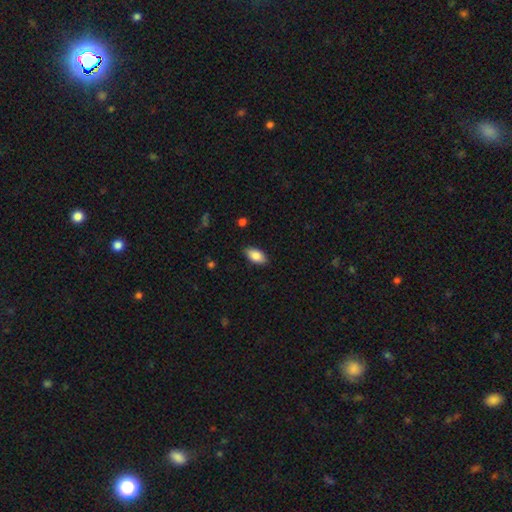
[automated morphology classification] The model was most divided on "merging": none: 86%, minor disturbance: 11%, major disturbance: 2%, merger: 1%. More confident: how rounded — in between (92%); smooth or featured — smooth (85%).